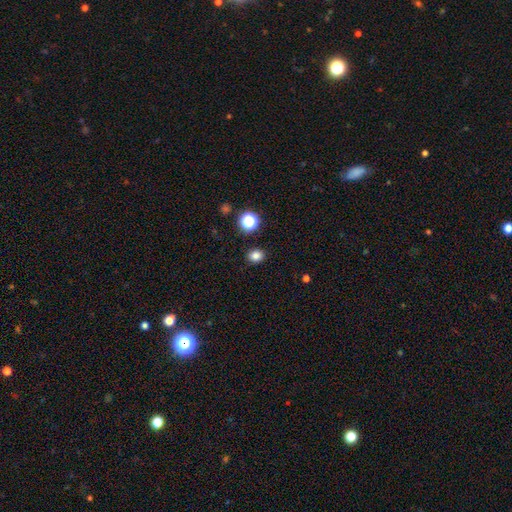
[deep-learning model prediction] Overall: smooth (82%). How rounded: round (62%; in between 37%). Merging: none (89%).